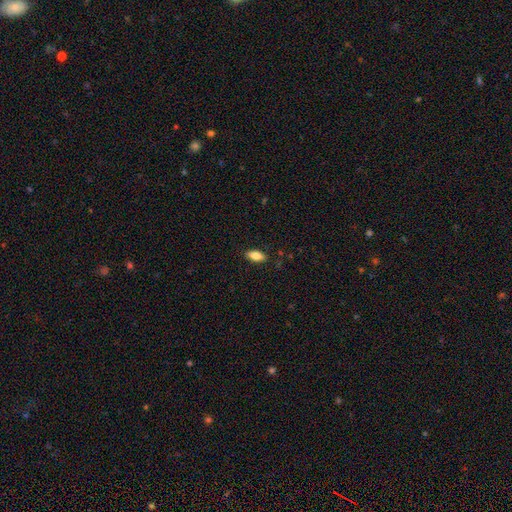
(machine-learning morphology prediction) A smooth galaxy with no disk features (79%) that is in between round and cigar-shaped (85%).

Vote fractions:
- Smooth or featured? smooth: 79% / featured or disk: 14% / star or artifact: 7%
- How rounded? in between: 85% / cigar-shaped: 13% / round: 3%
- Merging? none: 87% / minor disturbance: 10% / major disturbance: 2% / merger: 1%